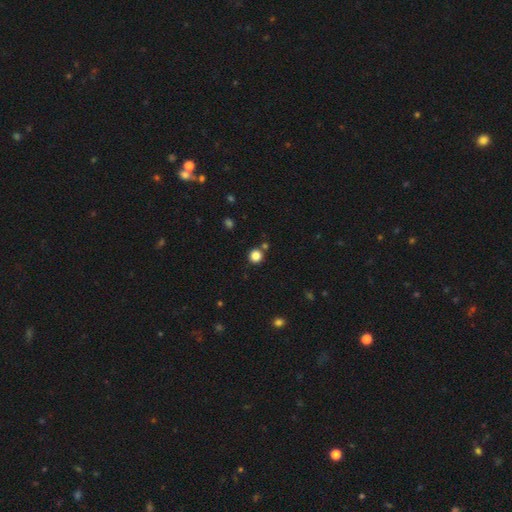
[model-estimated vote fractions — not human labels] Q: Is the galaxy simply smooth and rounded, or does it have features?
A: smooth — 84%.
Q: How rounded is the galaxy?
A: round — 92%.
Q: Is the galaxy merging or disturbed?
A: none — 82%.